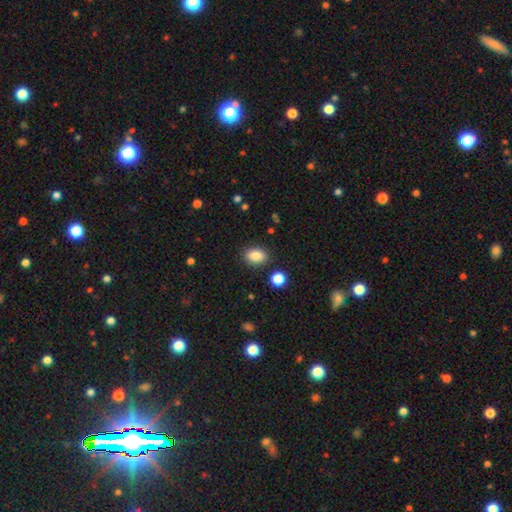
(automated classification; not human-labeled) Smooth or featured?
  - smooth: 86% *
  - star or artifact: 9%
  - featured or disk: 5%
How rounded?
  - in between: 79% *
  - round: 20%
  - cigar-shaped: 1%
Merging?
  - none: 86% *
  - minor disturbance: 9%
  - major disturbance: 3%
  - merger: 2%